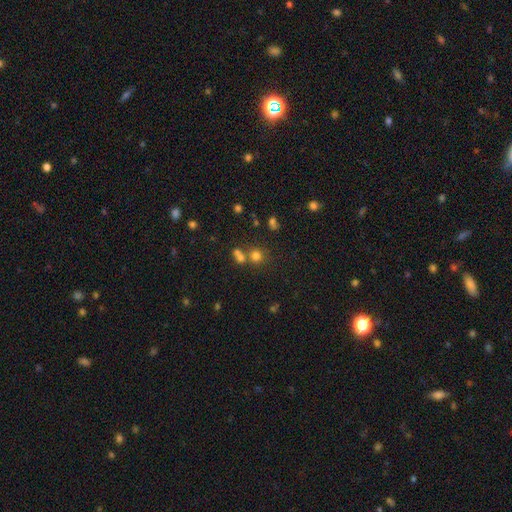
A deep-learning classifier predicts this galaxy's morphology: smooth-or-featured: smooth: 70% | star or artifact: 21% | featured or disk: 9%
  how-rounded: round: 84% | in between: 15% | cigar-shaped: 1%
  merging: none: 55% | merger: 32% | minor disturbance: 9% | major disturbance: 4%